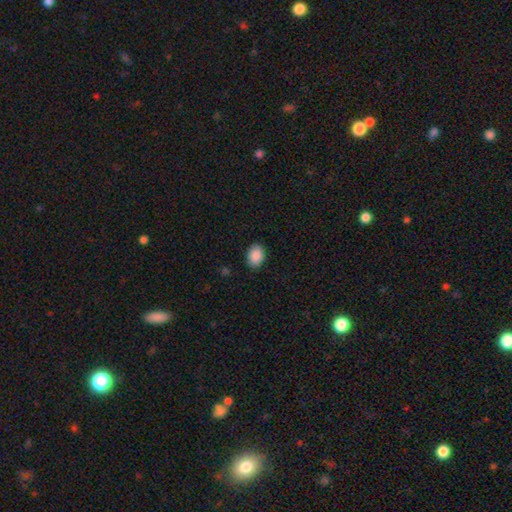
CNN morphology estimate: smooth-or-featured: smooth: 90% | star or artifact: 7% | featured or disk: 3%
  how-rounded: in between: 73% | round: 26% | cigar-shaped: 1%
  merging: none: 88% | minor disturbance: 9% | major disturbance: 2% | merger: 1%